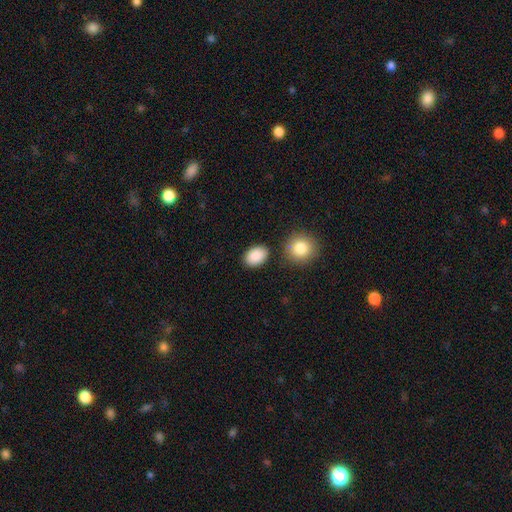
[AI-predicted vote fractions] A smooth galaxy with no disk features (89%) that is in between round and cigar-shaped (81%).

Vote fractions:
- Smooth or featured? smooth: 89% / star or artifact: 7% / featured or disk: 4%
- How rounded? in between: 81% / round: 18% / cigar-shaped: 1%
- Merging? none: 81% / minor disturbance: 11% / merger: 6% / major disturbance: 3%